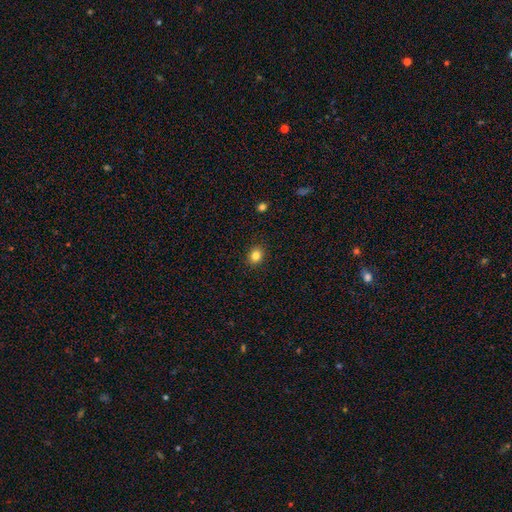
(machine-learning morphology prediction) type=smooth (83%); roundness=round (61%); merging=none (90%).